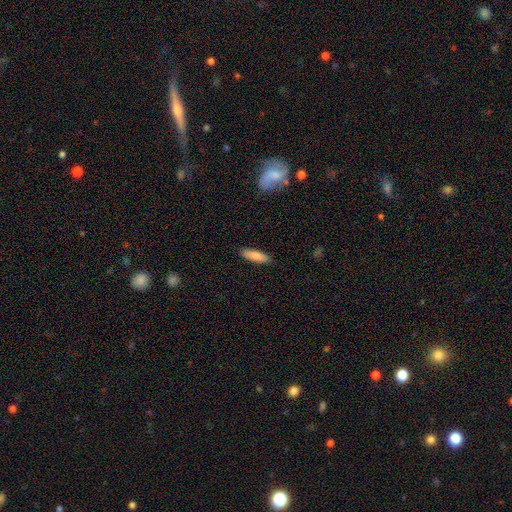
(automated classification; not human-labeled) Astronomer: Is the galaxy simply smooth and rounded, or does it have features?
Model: smooth — 83%.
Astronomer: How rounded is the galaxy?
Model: cigar-shaped — 57% (runner-up: in between, 41%).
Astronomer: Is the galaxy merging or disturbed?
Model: none — 88%.